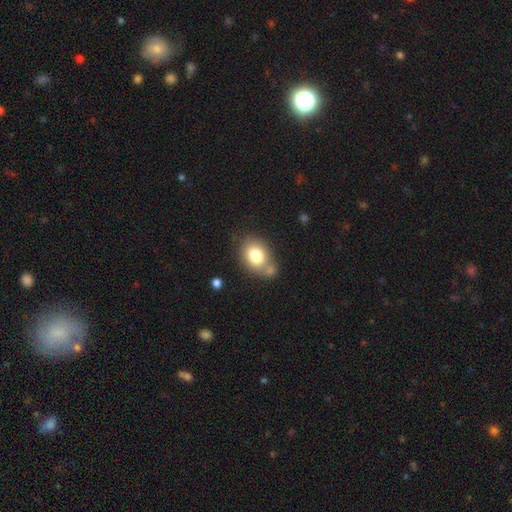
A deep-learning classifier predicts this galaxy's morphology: Smooth or featured?
  - smooth: 78% *
  - featured or disk: 13%
  - star or artifact: 9%
How rounded?
  - in between: 60% *
  - round: 39%
  - cigar-shaped: 1%
Merging?
  - none: 54% *
  - merger: 25%
  - minor disturbance: 16%
  - major disturbance: 5%